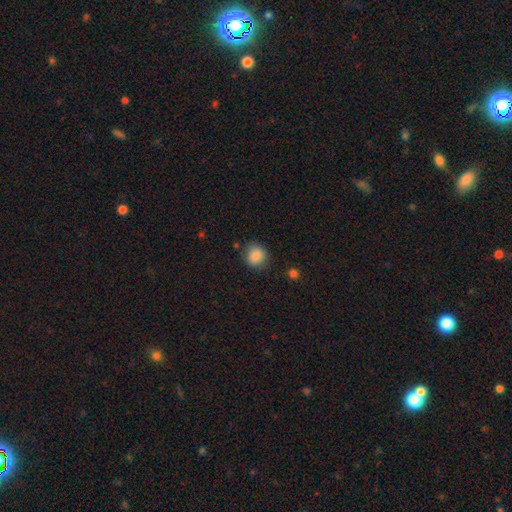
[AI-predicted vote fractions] Overall: smooth (87%). How rounded: round (80%). Merging: none (81%).